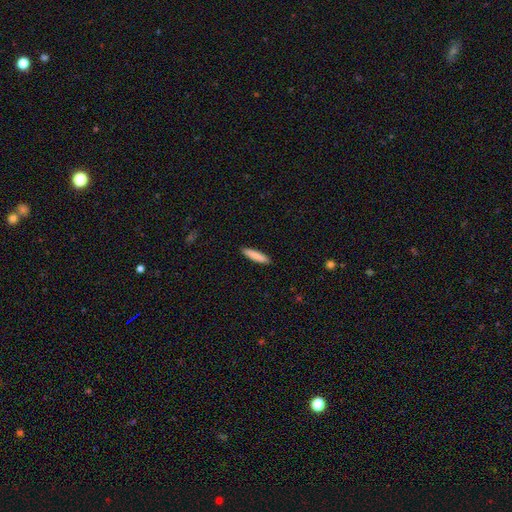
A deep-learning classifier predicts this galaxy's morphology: smooth 86%, featured or disk 8%, star or artifact 6%. Down the decision tree: how rounded — cigar-shaped (83%); merging — none (91%).